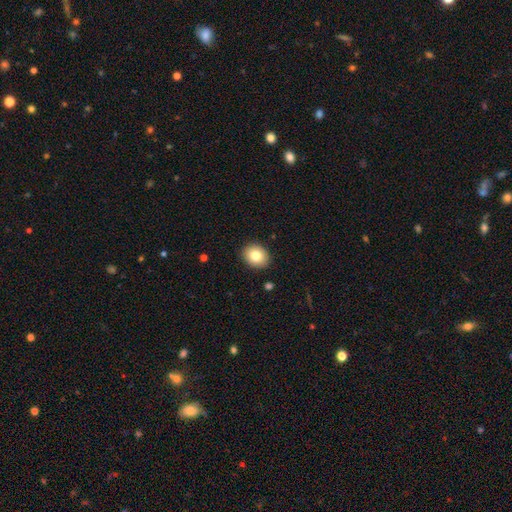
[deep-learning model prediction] Smooth or featured: smooth — 80% (featured or disk — 11%)
How rounded: round — 58% (in between — 41%)
Merging: none — 90% (minor disturbance — 7%)